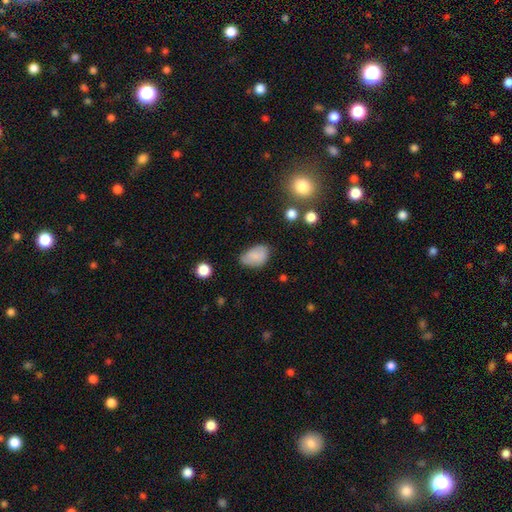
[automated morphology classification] The model was most divided on "merging": none: 63%, minor disturbance: 28%, major disturbance: 7%, merger: 3%. More confident: how rounded — in between (89%); smooth or featured — smooth (80%).